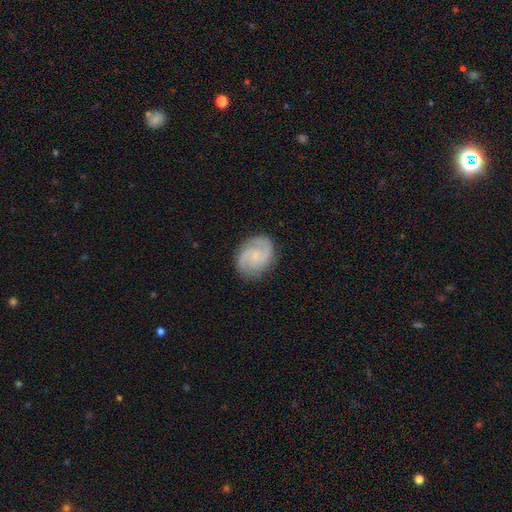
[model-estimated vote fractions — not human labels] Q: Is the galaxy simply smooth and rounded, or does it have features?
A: featured or disk — 83%.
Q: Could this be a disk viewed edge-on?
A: no — 98%.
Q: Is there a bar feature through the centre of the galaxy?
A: no — 60%.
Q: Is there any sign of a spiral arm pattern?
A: yes — 97%.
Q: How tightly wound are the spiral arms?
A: medium — 48%.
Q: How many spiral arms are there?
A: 2 — 79%.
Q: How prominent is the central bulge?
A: small — 69%.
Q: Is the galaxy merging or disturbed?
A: none — 84%.